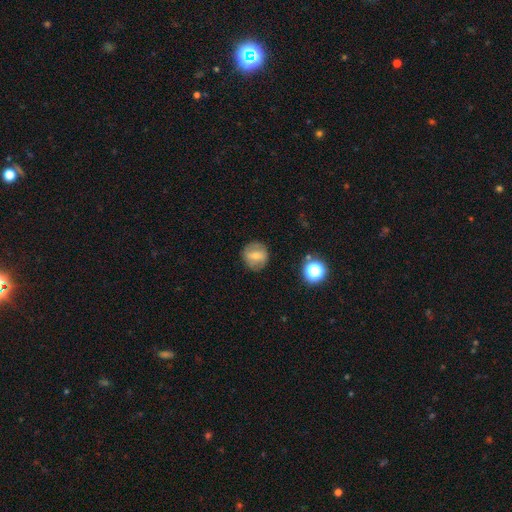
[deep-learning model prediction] Overall: smooth (58%; featured or disk 31%). How rounded: round (88%). Merging: none (84%).